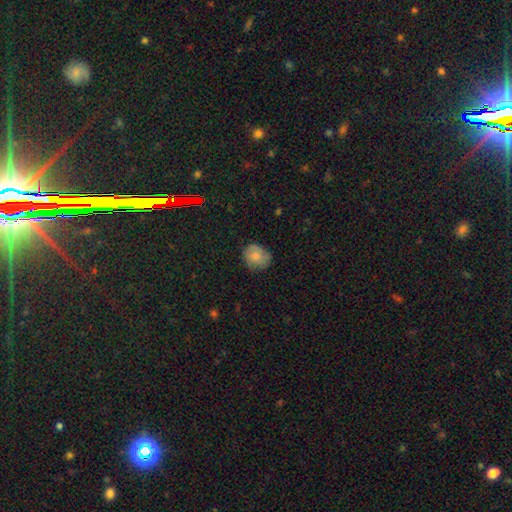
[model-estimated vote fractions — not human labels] Smooth or featured: smooth — 75% (featured or disk — 16%)
How rounded: round — 60% (in between — 39%)
Merging: none — 70% (minor disturbance — 23%)